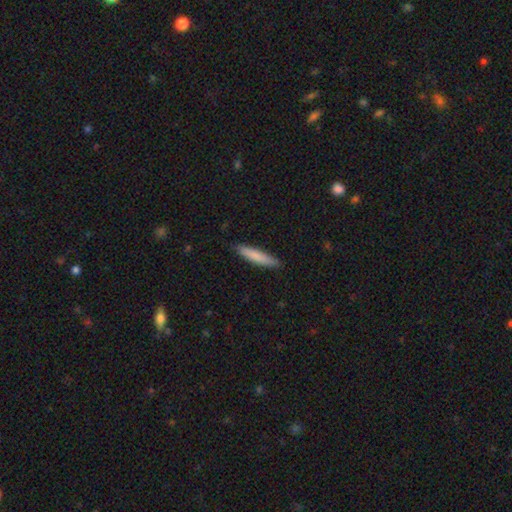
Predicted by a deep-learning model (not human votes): Smooth or featured: smooth — 81% (featured or disk — 14%)
How rounded: cigar-shaped — 90% (in between — 9%)
Merging: none — 88% (minor disturbance — 10%)